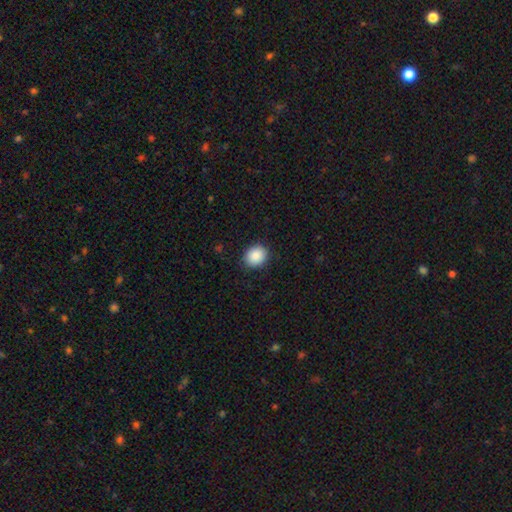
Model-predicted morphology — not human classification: A smooth galaxy with no disk features (89%) that is round (61%).

Vote fractions:
- Smooth or featured? smooth: 89% / star or artifact: 8% / featured or disk: 3%
- How rounded? round: 61% / in between: 38% / cigar-shaped: 1%
- Merging? none: 89% / minor disturbance: 8% / major disturbance: 2% / merger: 1%